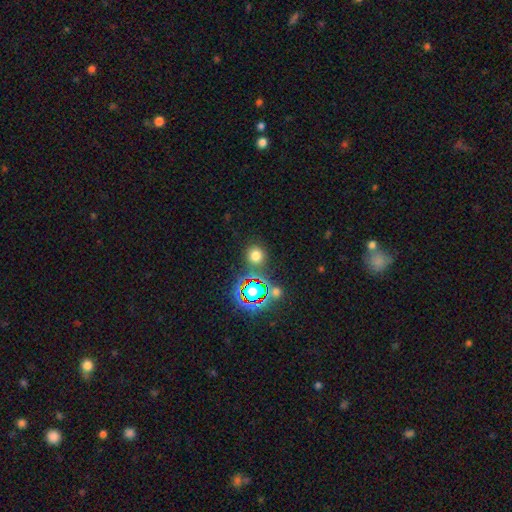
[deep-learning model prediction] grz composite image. It shows a smooth galaxy with no disk features (68%) that is round (88%). Merging: none (81%).